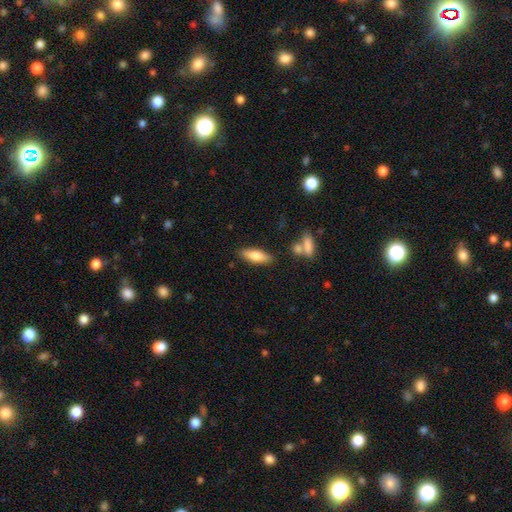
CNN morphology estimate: smooth-or-featured: smooth: 72% | featured or disk: 21% | star or artifact: 6%
  how-rounded: in between: 57% | cigar-shaped: 41% | round: 2%
  merging: none: 83% | minor disturbance: 10% | merger: 4% | major disturbance: 3%